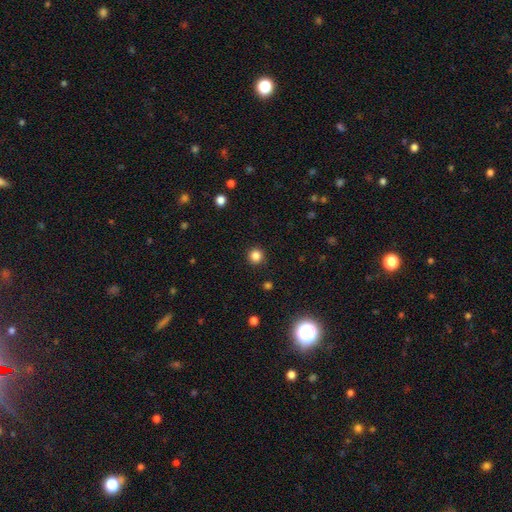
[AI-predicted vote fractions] smooth-or-featured: smooth: 84% | star or artifact: 12% | featured or disk: 4%
  how-rounded: round: 95% | in between: 4% | cigar-shaped: 1%
  merging: none: 92% | minor disturbance: 5% | major disturbance: 2% | merger: 1%